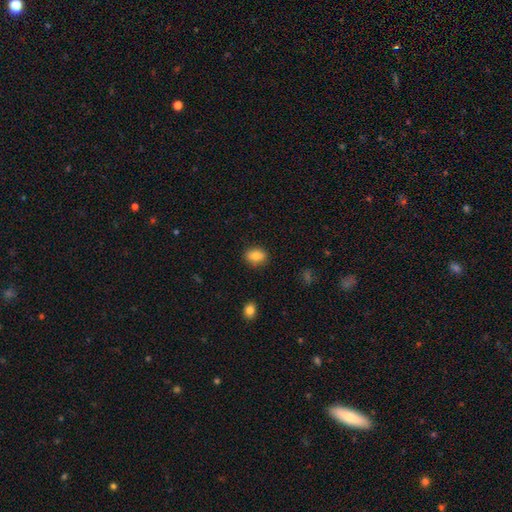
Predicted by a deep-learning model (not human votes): smooth-or-featured: smooth: 83% | star or artifact: 9% | featured or disk: 8%
  how-rounded: in between: 65% | round: 34% | cigar-shaped: 1%
  merging: none: 86% | minor disturbance: 10% | major disturbance: 2% | merger: 1%